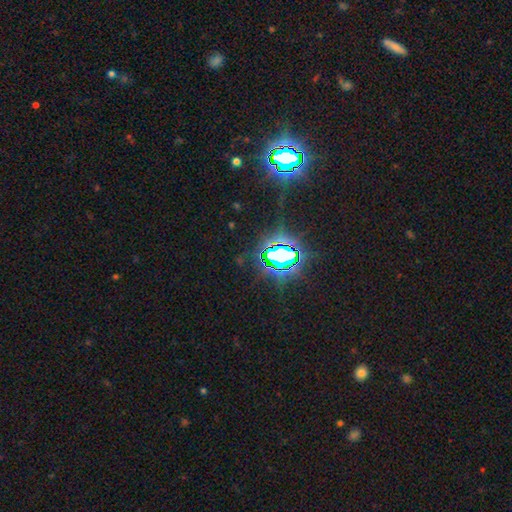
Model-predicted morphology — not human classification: type=star or artifact (83%).